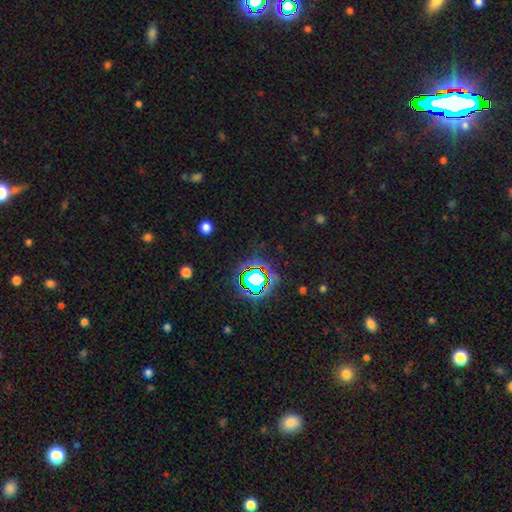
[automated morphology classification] The model was most divided on "smooth or featured": star or artifact: 81%, smooth: 12%, featured or disk: 7%.